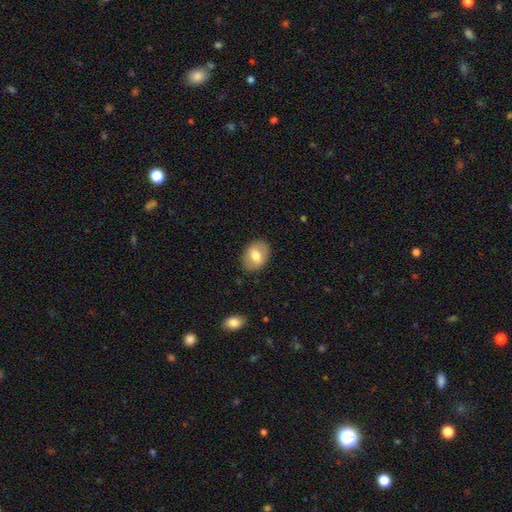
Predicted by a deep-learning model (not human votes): This is likely a smooth galaxy (67%). How rounded: likely in between (69%). Merging: clearly none (84%).